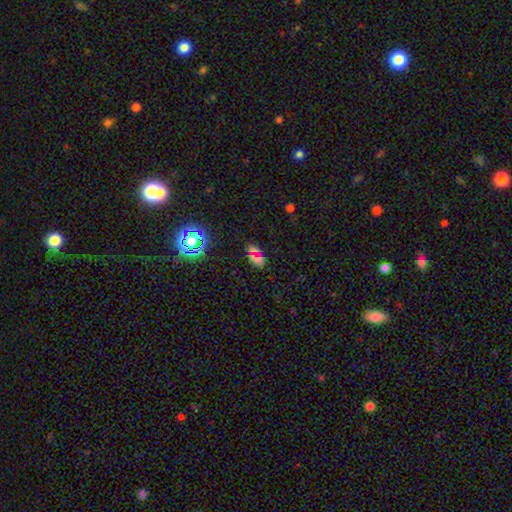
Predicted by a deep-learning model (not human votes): This appears to be a smooth galaxy with no disk features (56%) that is in between round and cigar-shaped (83%). Merging: none (71%).